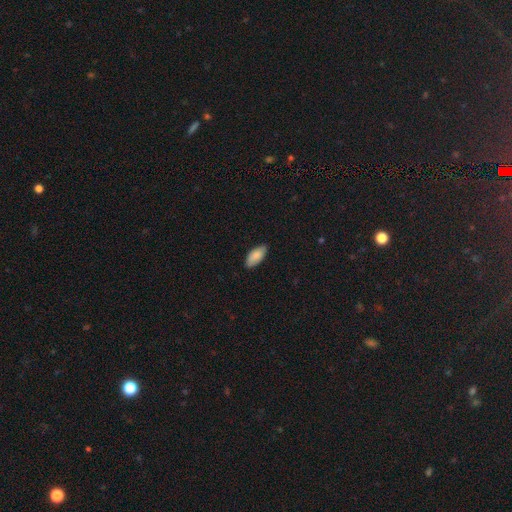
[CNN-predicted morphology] Smooth or featured: smooth — 87% (featured or disk — 7%)
How rounded: in between — 90% (cigar-shaped — 8%)
Merging: none — 83% (minor disturbance — 14%)